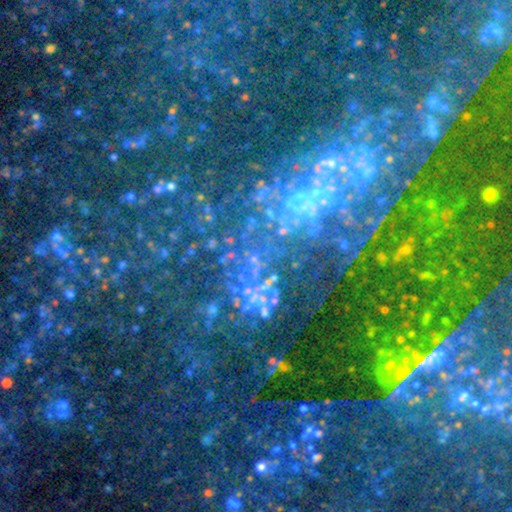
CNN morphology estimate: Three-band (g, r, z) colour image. It shows a featured or disk galaxy (47%). Merging: none (50%).